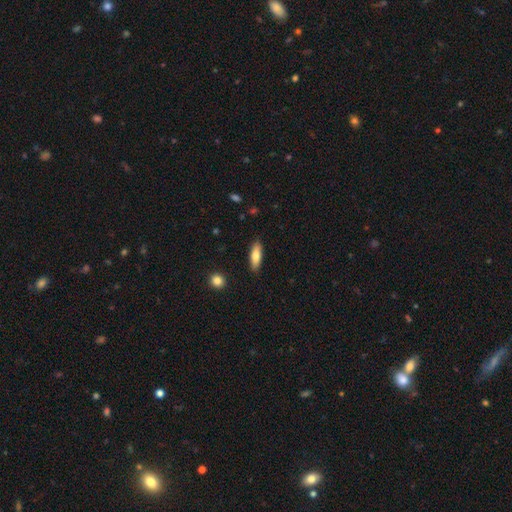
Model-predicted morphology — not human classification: smooth 78%, featured or disk 16%, star or artifact 6%. Down the decision tree: how rounded — in between (54%); merging — none (87%).